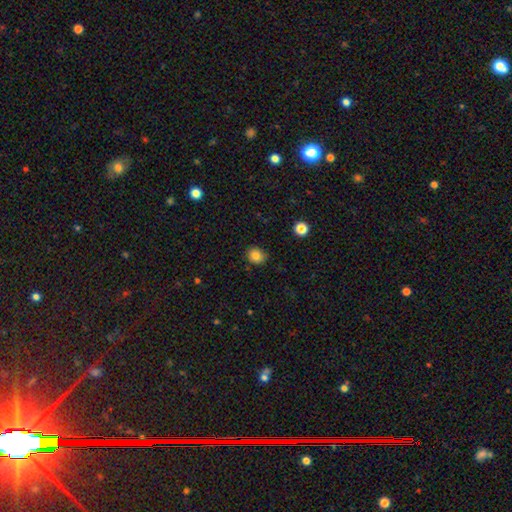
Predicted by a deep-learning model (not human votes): Q: Smooth or featured?
A: smooth (83%); runner-up: star or artifact (11%)
Q: How rounded?
A: round (68%); runner-up: in between (32%)
Q: Merging?
A: none (83%); runner-up: minor disturbance (13%)